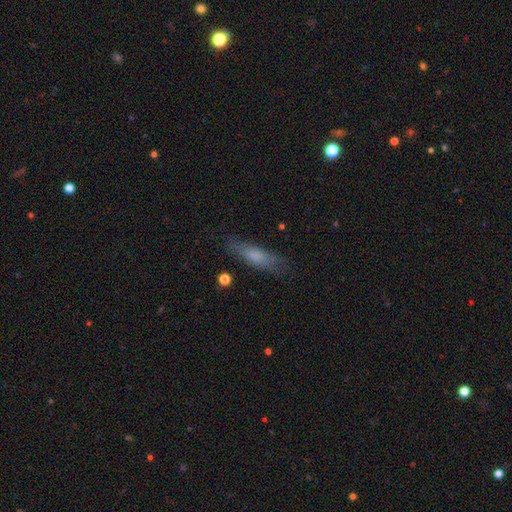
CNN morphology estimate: This is likely a smooth galaxy (65%). How rounded: likely cigar-shaped (66%). Merging: likely none (74%).